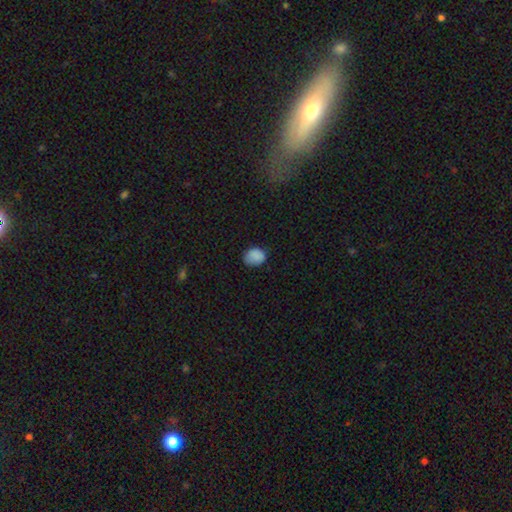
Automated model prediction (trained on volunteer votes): The model was most divided on "how rounded": in between: 53%, round: 46%, cigar-shaped: 1%. More confident: smooth or featured — smooth (86%); merging — none (73%).